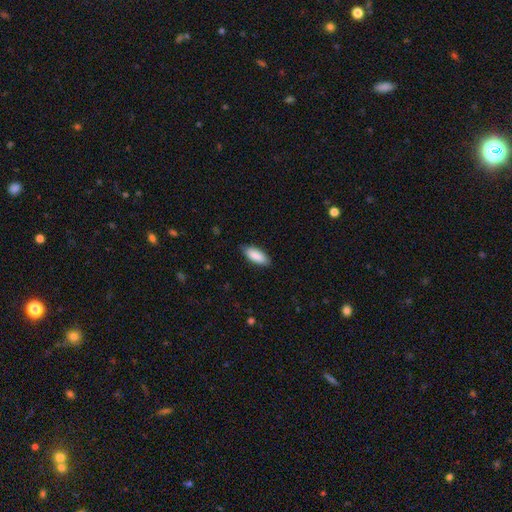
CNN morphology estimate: type=smooth (88%); roundness=in between (80%); merging=none (85%).